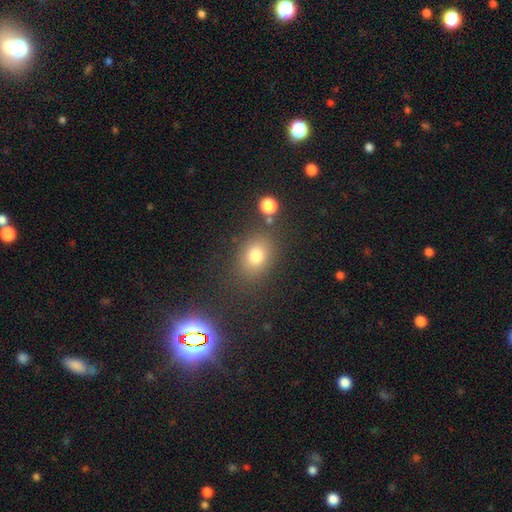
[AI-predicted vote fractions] Smooth or featured?
  - smooth: 77% *
  - star or artifact: 15%
  - featured or disk: 9%
How rounded?
  - in between: 53% *
  - round: 45%
  - cigar-shaped: 1%
Merging?
  - none: 78% *
  - minor disturbance: 12%
  - merger: 5%
  - major disturbance: 5%